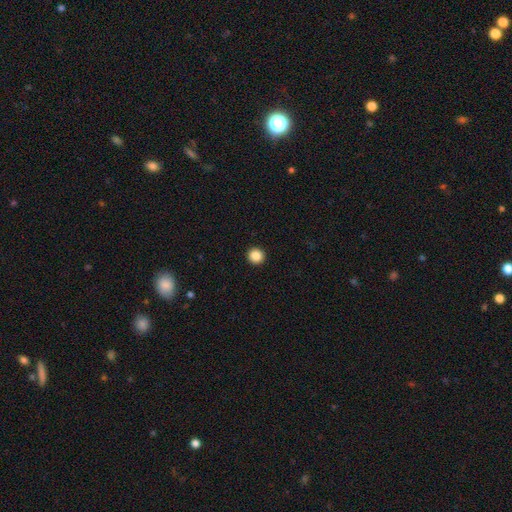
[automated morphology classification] A smooth galaxy with no disk features (87%) that is round (95%).

Vote fractions:
- Smooth or featured? smooth: 87% / star or artifact: 10% / featured or disk: 3%
- How rounded? round: 95% / in between: 4% / cigar-shaped: 1%
- Merging? none: 94% / minor disturbance: 4% / major disturbance: 1% / merger: 1%